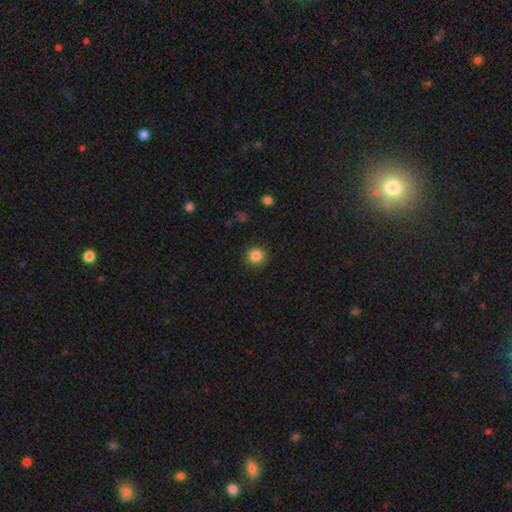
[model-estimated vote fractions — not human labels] A smooth galaxy with no disk features (85%) that is round (93%). Merging: none (90%).